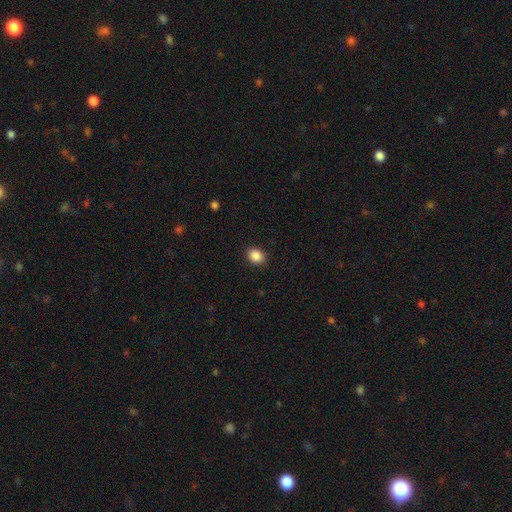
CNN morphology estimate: type=smooth (89%); roundness=in between (59%); merging=none (90%).